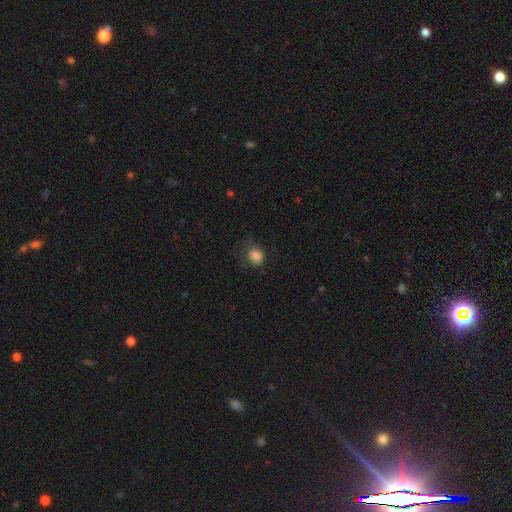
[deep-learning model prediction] A smooth galaxy with no disk features (83%) that is round (60%).

Vote fractions:
- Smooth or featured? smooth: 83% / star or artifact: 11% / featured or disk: 6%
- How rounded? round: 60% / in between: 39% / cigar-shaped: 1%
- Merging? none: 62% / minor disturbance: 24% / major disturbance: 12% / merger: 1%